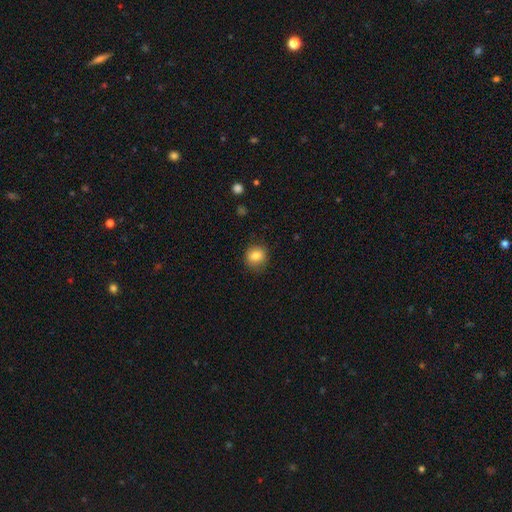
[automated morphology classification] Q: Smooth or featured?
A: smooth (83%); runner-up: star or artifact (10%)
Q: How rounded?
A: round (81%); runner-up: in between (18%)
Q: Merging?
A: none (84%); runner-up: minor disturbance (12%)